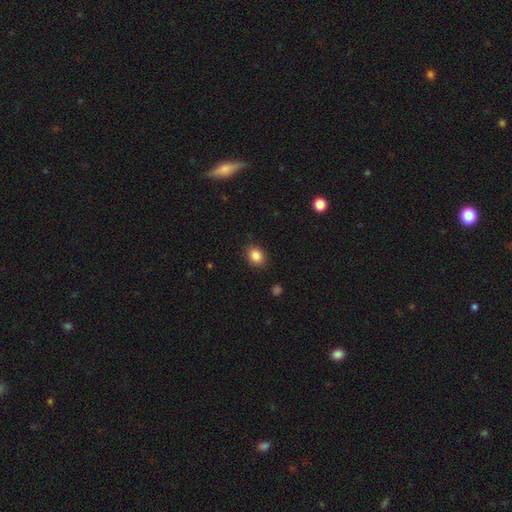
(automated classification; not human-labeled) Overall: smooth (85%). How rounded: round (57%; in between 42%). Merging: none (88%).